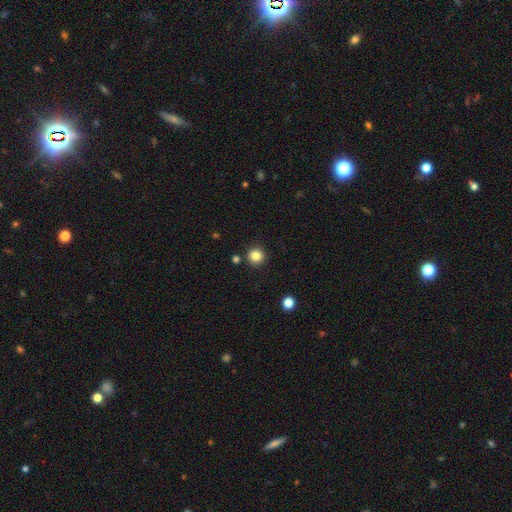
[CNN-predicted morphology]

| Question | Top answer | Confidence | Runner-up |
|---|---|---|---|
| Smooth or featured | smooth | 84% | star or artifact (12%) |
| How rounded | round | 94% | in between (5%) |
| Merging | none | 89% | minor disturbance (6%) |